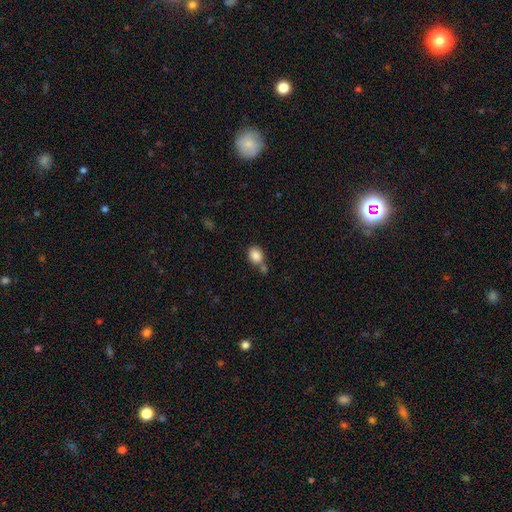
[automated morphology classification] A smooth galaxy with no disk features (86%) that is in between round and cigar-shaped (55%). Merging: none (48%).